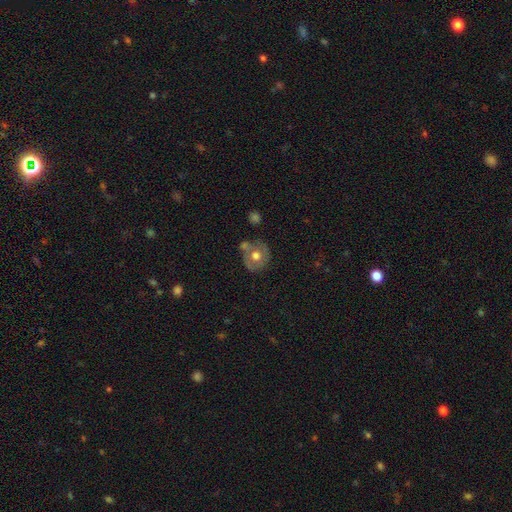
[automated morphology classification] smooth 51%, featured or disk 42%, star or artifact 7%. Down the decision tree: how rounded — round (81%); merging — none (56%).